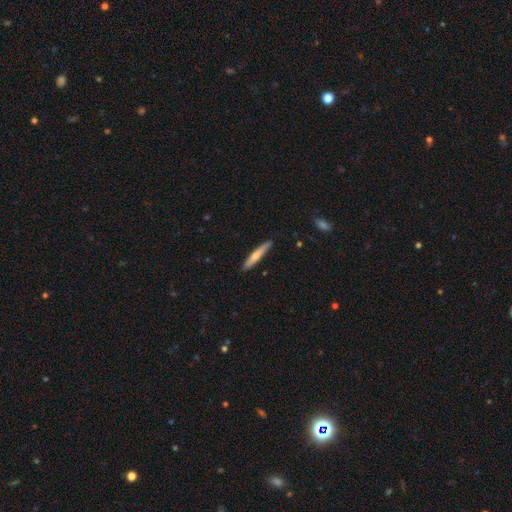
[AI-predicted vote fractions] A smooth galaxy with no disk features (60%) that is cigar-shaped (93%).

Vote fractions:
- Smooth or featured? smooth: 60% / featured or disk: 35% / star or artifact: 5%
- How rounded? cigar-shaped: 93% / in between: 5% / round: 1%
- Merging? none: 89% / minor disturbance: 8% / major disturbance: 1% / merger: 1%